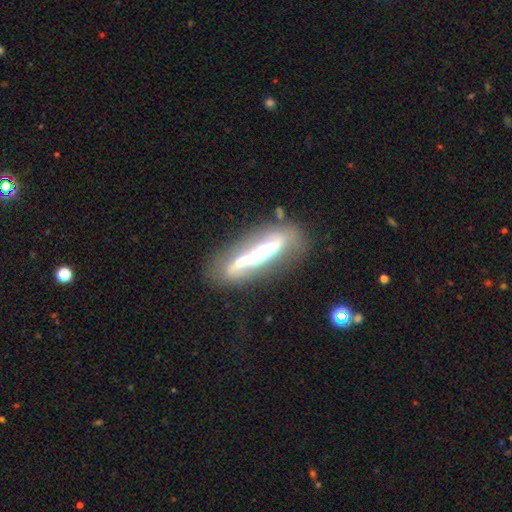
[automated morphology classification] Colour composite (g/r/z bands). It shows a featured or disk galaxy (68%) viewed edge-on (65%). Merging: none (62%).